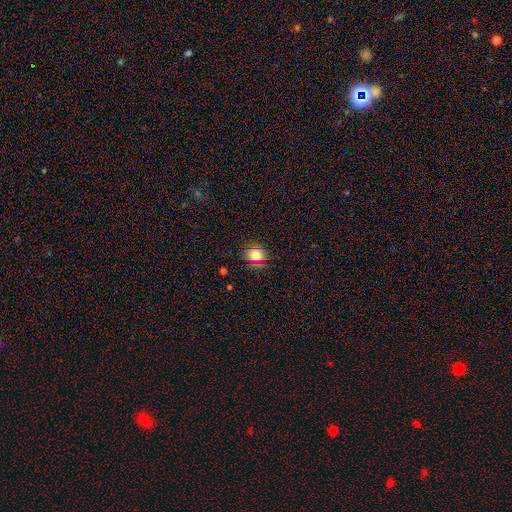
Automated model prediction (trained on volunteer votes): Smooth or featured? Predicted: smooth (p=0.74). How rounded? Predicted: round (p=0.82). Merging? Predicted: none (p=0.85).